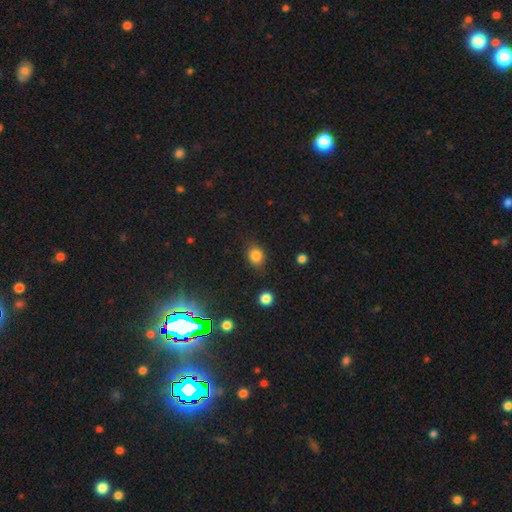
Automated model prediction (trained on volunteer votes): The model was most divided on "how rounded": round: 57%, in between: 42%, cigar-shaped: 1%. More confident: merging — none (81%); smooth or featured — smooth (81%).